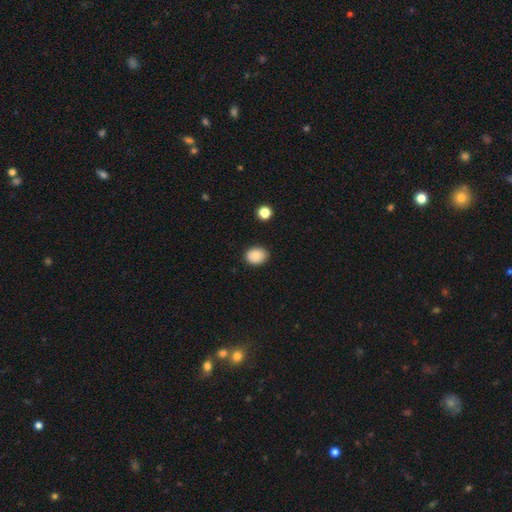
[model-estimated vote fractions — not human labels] Smooth or featured? Predicted: smooth (p=0.82). How rounded? Predicted: in between (p=0.56). Merging? Predicted: none (p=0.86).